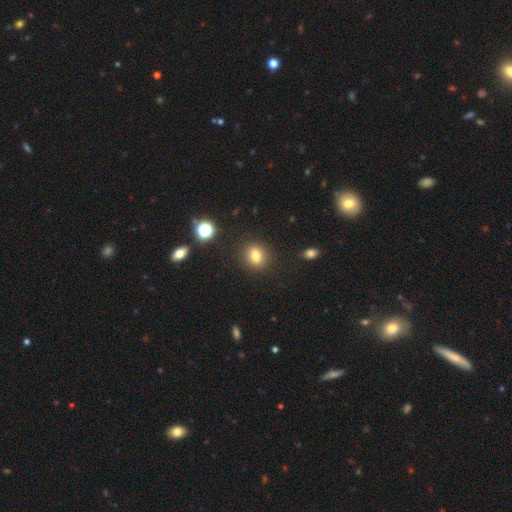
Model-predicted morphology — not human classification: smooth_or_featured: smooth (p=0.78) [alt: star or artifact p=0.13]
how_rounded: round (p=0.64) [alt: in between p=0.35]
merging: none (p=0.88) [alt: minor disturbance p=0.07]